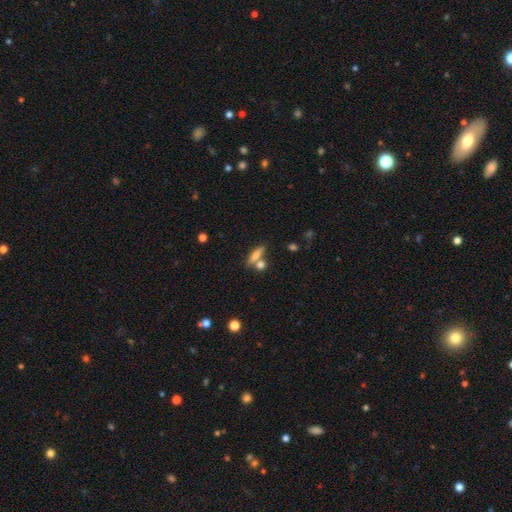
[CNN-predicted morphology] Smooth or featured?
  - smooth: 74% *
  - featured or disk: 17%
  - star or artifact: 9%
How rounded?
  - cigar-shaped: 53% *
  - in between: 39%
  - round: 8%
Merging?
  - none: 55% *
  - merger: 30%
  - minor disturbance: 11%
  - major disturbance: 4%